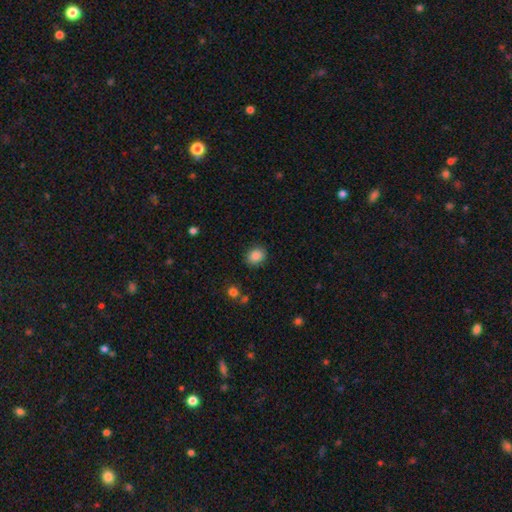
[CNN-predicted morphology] Smooth or featured? smooth (87%)
How rounded? round (62%)
Merging? none (87%)